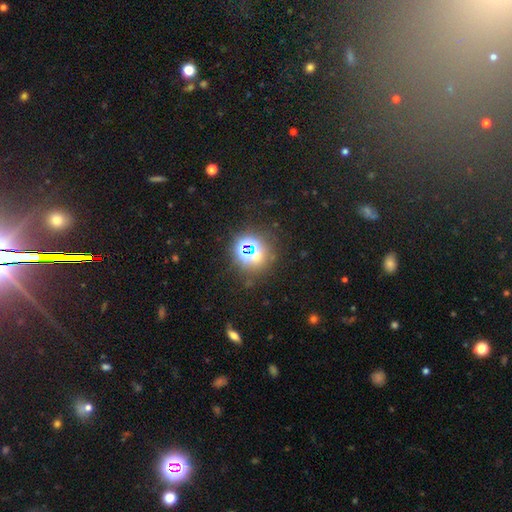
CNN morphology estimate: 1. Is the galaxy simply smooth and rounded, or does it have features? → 71% star or artifact, 20% smooth, 9% featured or disk.